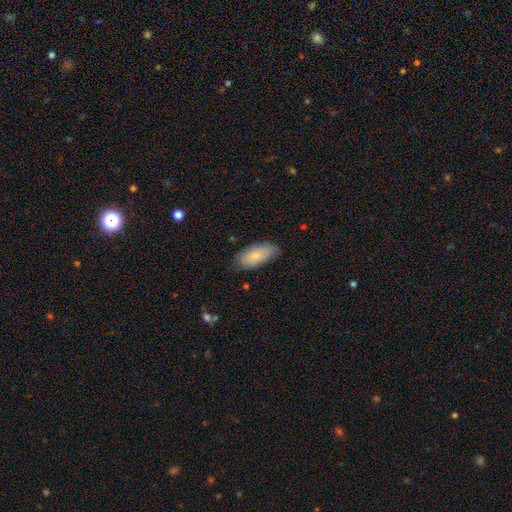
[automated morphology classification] Overall: smooth (81%). How rounded: in between (88%). Merging: none (78%).